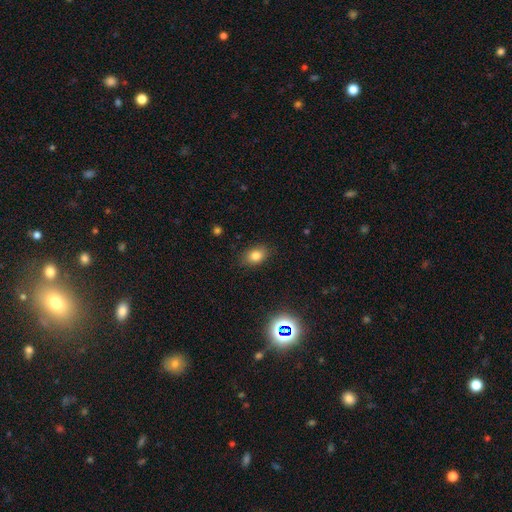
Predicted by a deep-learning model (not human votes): smooth-or-featured: smooth: 81% | star or artifact: 12% | featured or disk: 7%
  how-rounded: in between: 75% | round: 23% | cigar-shaped: 1%
  merging: none: 85% | minor disturbance: 11% | major disturbance: 3% | merger: 1%